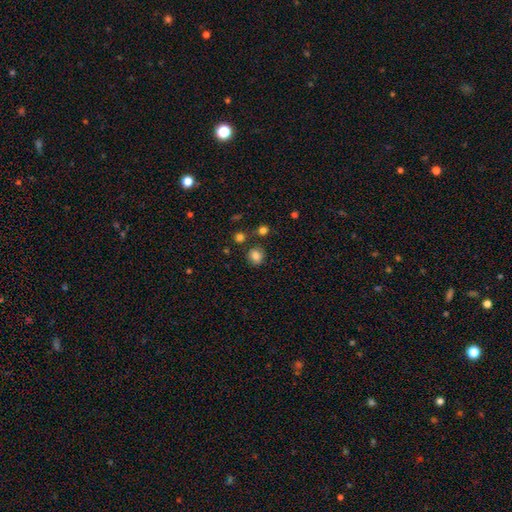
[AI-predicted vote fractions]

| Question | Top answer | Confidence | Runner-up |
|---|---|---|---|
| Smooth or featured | smooth | 83% | star or artifact (12%) |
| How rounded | round | 81% | in between (18%) |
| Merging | none | 82% | minor disturbance (10%) |